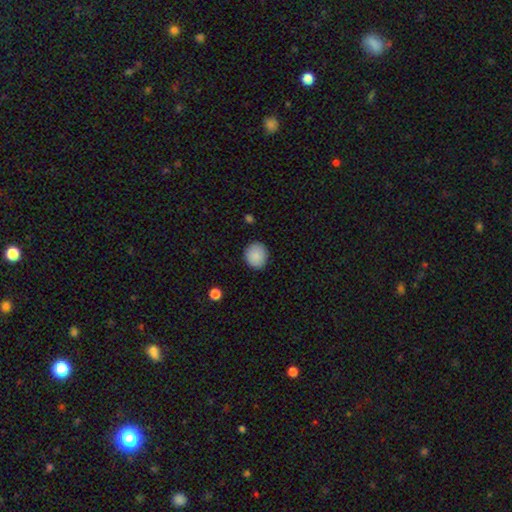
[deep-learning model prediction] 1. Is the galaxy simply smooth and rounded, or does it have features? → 88% smooth, 8% star or artifact, 4% featured or disk.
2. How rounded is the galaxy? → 84% round, 15% in between, 1% cigar-shaped.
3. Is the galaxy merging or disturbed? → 88% none, 9% minor disturbance, 2% major disturbance, 1% merger.